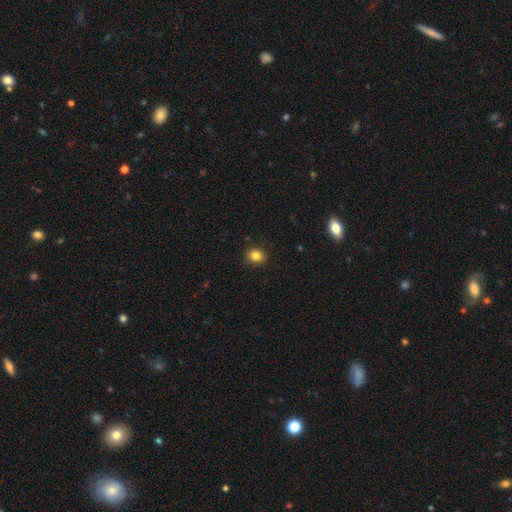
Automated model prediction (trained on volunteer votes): Smooth or featured?
  - smooth: 83% *
  - star or artifact: 11%
  - featured or disk: 6%
How rounded?
  - round: 70% *
  - in between: 29%
  - cigar-shaped: 1%
Merging?
  - none: 86% *
  - minor disturbance: 11%
  - major disturbance: 2%
  - merger: 1%